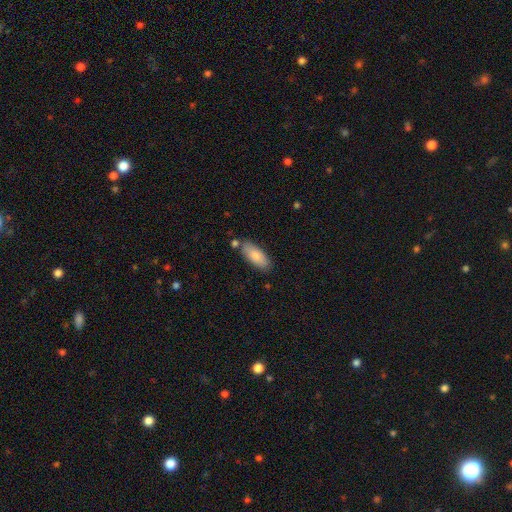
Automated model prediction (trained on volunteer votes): The model was most divided on "how rounded": in between: 78%, cigar-shaped: 20%, round: 2%. More confident: smooth or featured — smooth (83%); merging — none (77%).